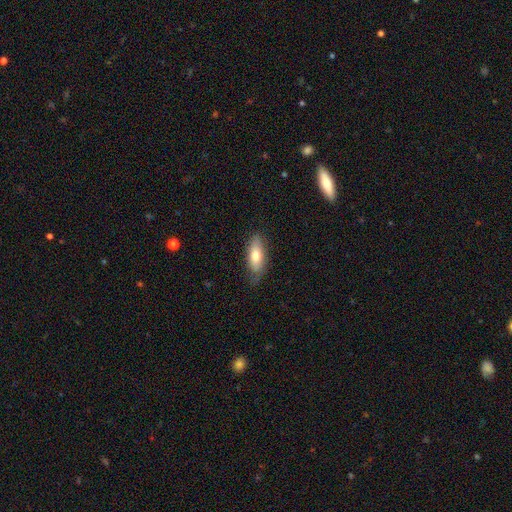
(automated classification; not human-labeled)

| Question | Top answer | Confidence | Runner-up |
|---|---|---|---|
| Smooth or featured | smooth | 71% | featured or disk (23%) |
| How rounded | in between | 75% | cigar-shaped (22%) |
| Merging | none | 72% | minor disturbance (22%) |